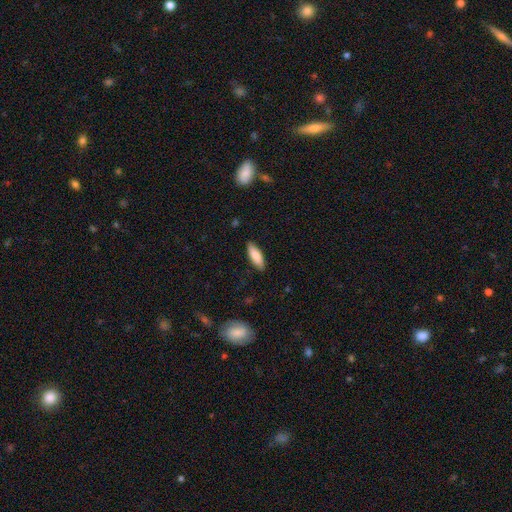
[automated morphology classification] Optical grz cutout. It shows a smooth galaxy with no disk features (83%) that is in between round and cigar-shaped (62%). Merging: none (87%).